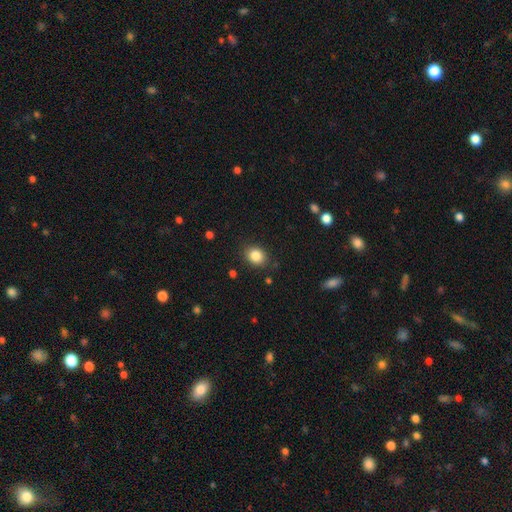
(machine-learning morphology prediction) type=smooth (85%); roundness=round (52%); merging=none (86%).